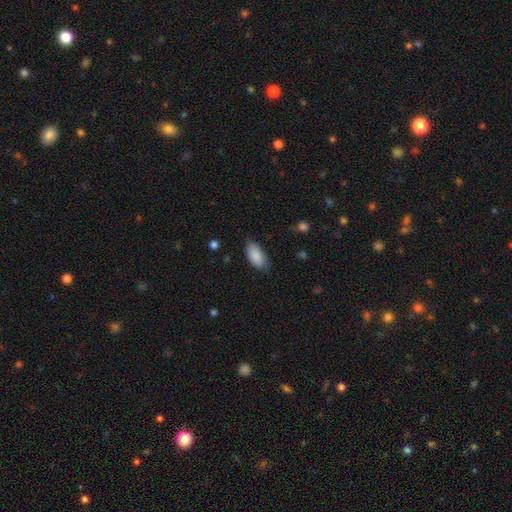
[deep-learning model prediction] Smooth or featured: smooth — 88% (star or artifact — 6%)
How rounded: in between — 92% (cigar-shaped — 6%)
Merging: none — 77% (minor disturbance — 18%)